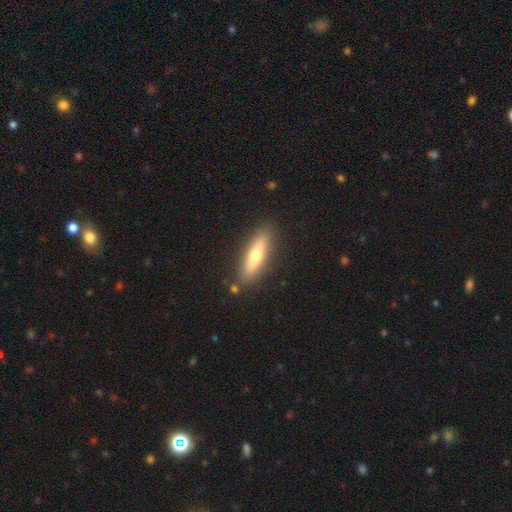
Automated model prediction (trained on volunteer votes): Overall: smooth (54%; featured or disk 39%). How rounded: cigar-shaped (68%; in between 30%). Merging: none (87%).